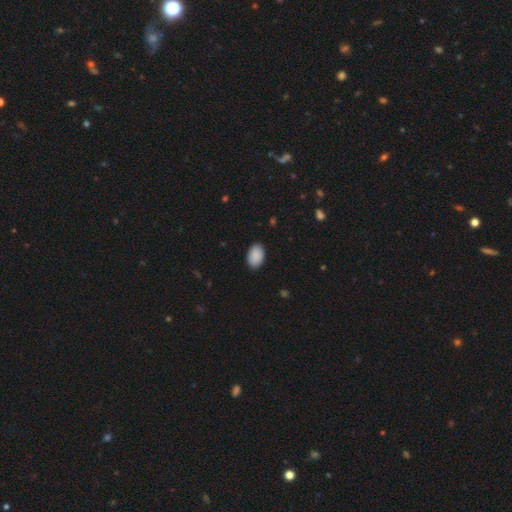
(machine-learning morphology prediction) Smooth or featured? Predicted: smooth (p=0.90). How rounded? Predicted: in between (p=0.90). Merging? Predicted: none (p=0.88).